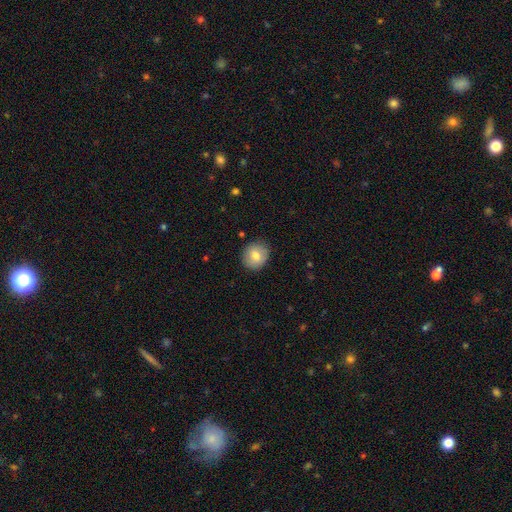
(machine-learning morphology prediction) smooth_or_featured: smooth (p=0.77) [alt: featured or disk p=0.15]
how_rounded: round (p=0.83) [alt: in between p=0.16]
merging: none (p=0.87) [alt: minor disturbance p=0.10]